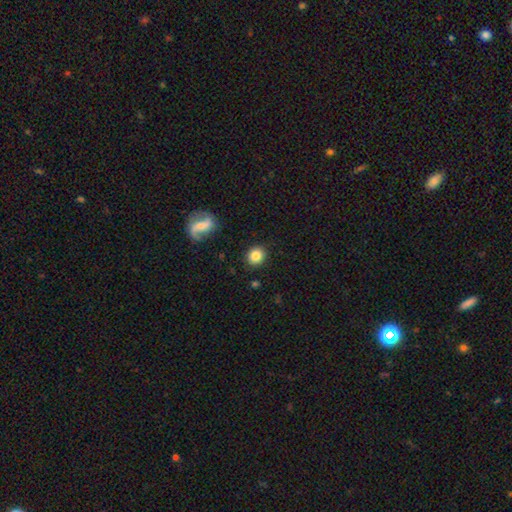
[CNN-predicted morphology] smooth-or-featured: smooth: 83% | star or artifact: 9% | featured or disk: 8%
  how-rounded: round: 82% | in between: 17% | cigar-shaped: 1%
  merging: none: 89% | minor disturbance: 7% | major disturbance: 2% | merger: 2%